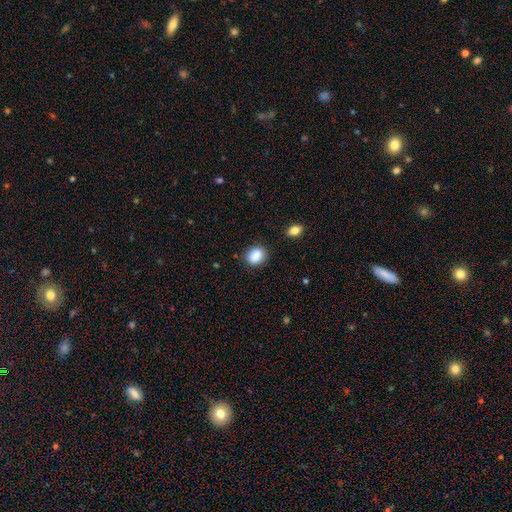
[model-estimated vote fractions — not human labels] smooth-or-featured: smooth: 88% | star or artifact: 9% | featured or disk: 4%
  how-rounded: round: 56% | in between: 43% | cigar-shaped: 1%
  merging: none: 84% | minor disturbance: 11% | major disturbance: 3% | merger: 2%